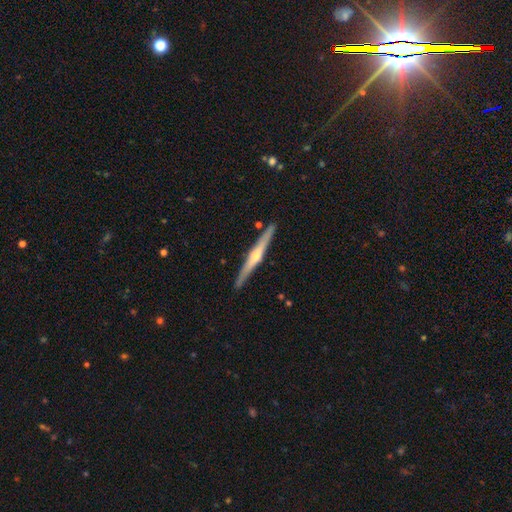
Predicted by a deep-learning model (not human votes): Overall: featured or disk (74%). Edge-on disk: yes (98%). Edge-on bulge: rounded (82%). Merging: none (90%).